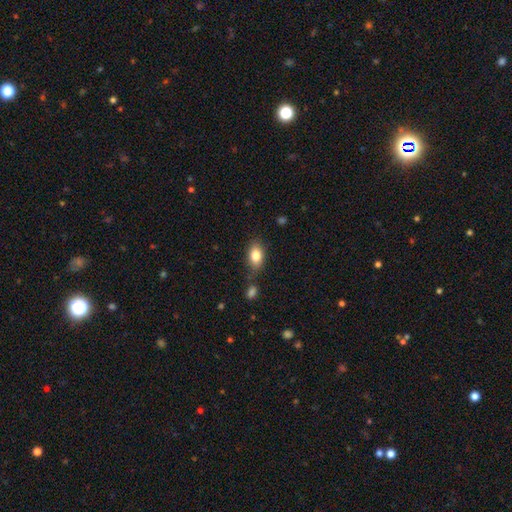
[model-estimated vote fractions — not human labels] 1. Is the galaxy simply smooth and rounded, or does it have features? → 83% smooth, 9% featured or disk, 8% star or artifact.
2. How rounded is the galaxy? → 88% in between, 10% round, 3% cigar-shaped.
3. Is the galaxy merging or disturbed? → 72% none, 17% minor disturbance, 7% merger, 4% major disturbance.